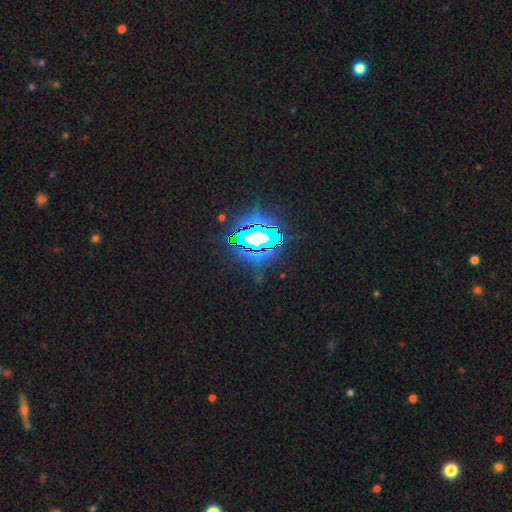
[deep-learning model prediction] Overall: star or artifact (84%).